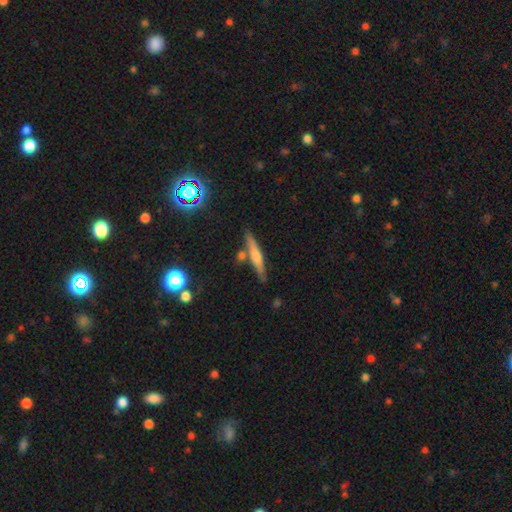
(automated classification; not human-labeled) The model was most divided on "smooth or featured": featured or disk: 51%, smooth: 37%, star or artifact: 11%. More confident: edge-on disk — yes (95%); merging — none (80%).